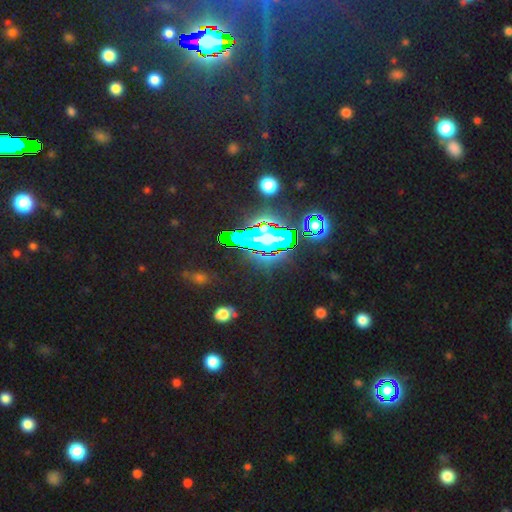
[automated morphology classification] Overall: star or artifact (74%).